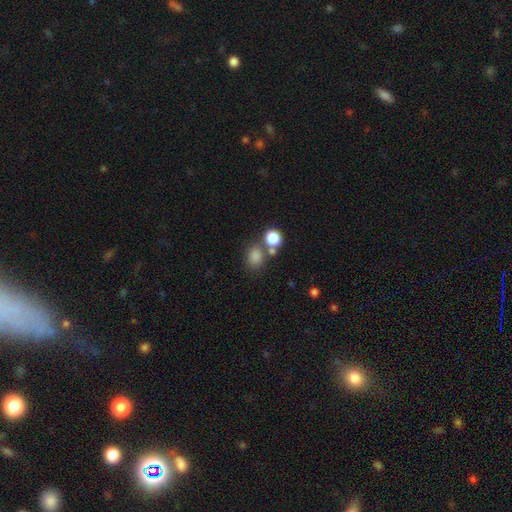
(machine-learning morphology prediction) This appears to be a smooth galaxy with no disk features (77%) that is round (60%). Merging: none (63%).